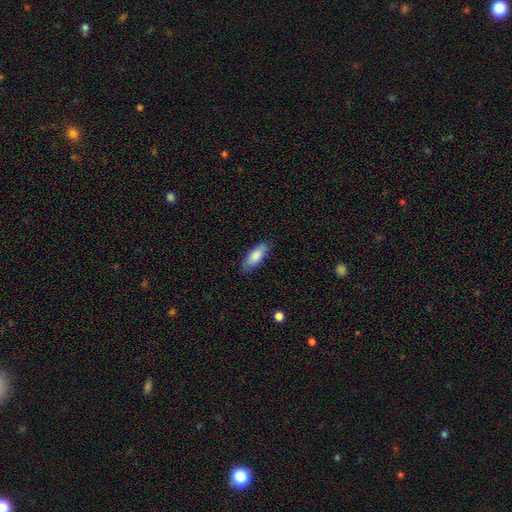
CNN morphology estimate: A smooth galaxy with no disk features (85%) that is in between round and cigar-shaped (71%).

Vote fractions:
- Smooth or featured? smooth: 85% / featured or disk: 10% / star or artifact: 6%
- How rounded? in between: 71% / cigar-shaped: 27% / round: 2%
- Merging? none: 84% / minor disturbance: 13% / major disturbance: 3% / merger: 1%